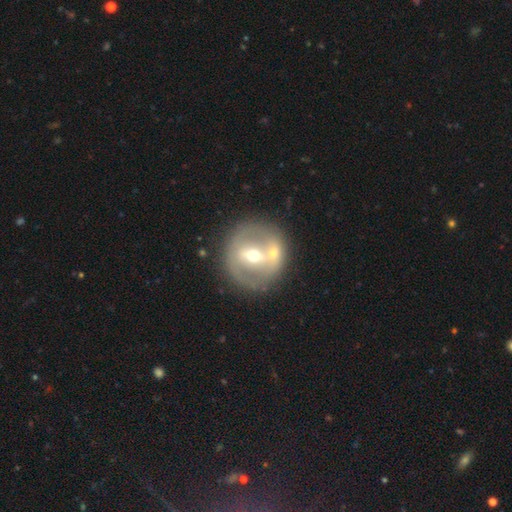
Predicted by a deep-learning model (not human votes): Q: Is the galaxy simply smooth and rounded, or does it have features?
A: featured or disk — 62%.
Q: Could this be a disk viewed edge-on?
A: no — 94%.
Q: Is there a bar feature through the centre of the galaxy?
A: no — 38%.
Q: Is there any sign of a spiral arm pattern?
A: no — 74%.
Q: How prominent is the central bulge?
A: moderate — 63%.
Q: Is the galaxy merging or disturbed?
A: none — 54%.